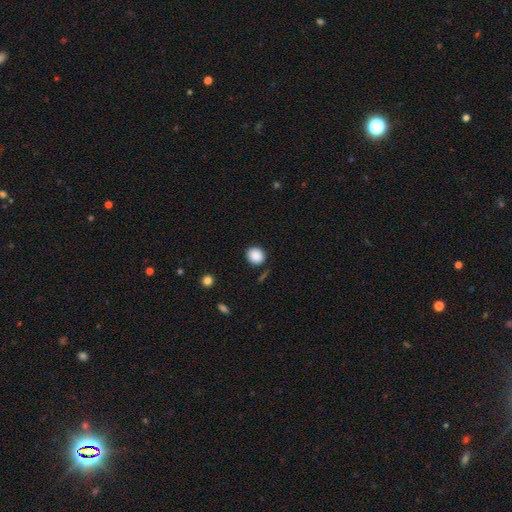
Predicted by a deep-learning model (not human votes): Overall: smooth (89%). How rounded: round (79%). Merging: none (86%).